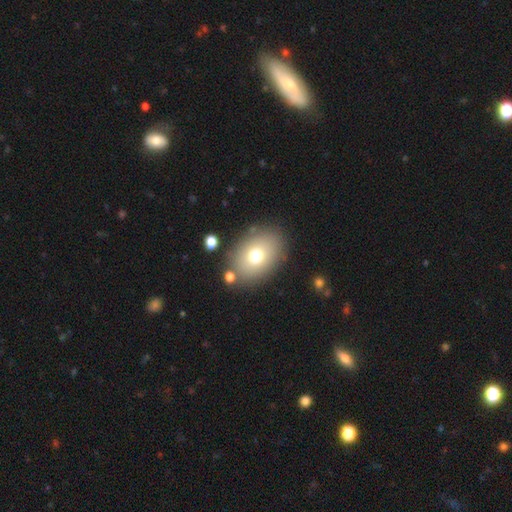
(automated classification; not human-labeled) A smooth galaxy with no disk features (72%) that is in between round and cigar-shaped (76%). Merging: none (82%).